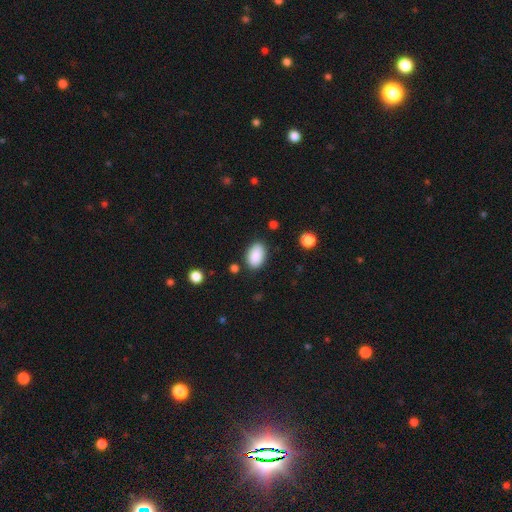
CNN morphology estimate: smooth-or-featured: smooth: 89% | star or artifact: 7% | featured or disk: 3%
  how-rounded: in between: 92% | round: 7% | cigar-shaped: 1%
  merging: none: 84% | minor disturbance: 11% | major disturbance: 3% | merger: 2%